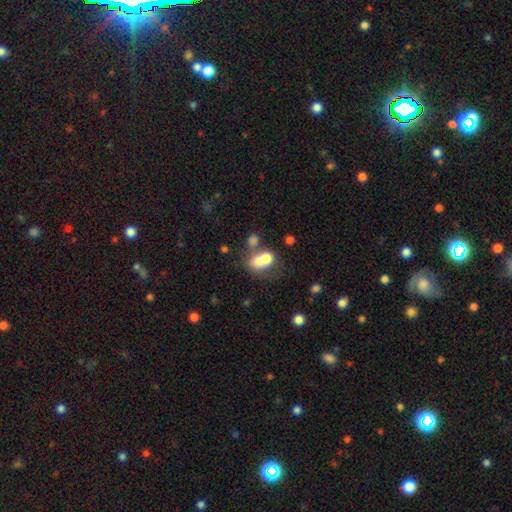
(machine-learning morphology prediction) Q: Smooth or featured?
A: smooth (60%); runner-up: star or artifact (23%)
Q: How rounded?
A: in between (72%); runner-up: round (22%)
Q: Merging?
A: none (54%); runner-up: merger (27%)